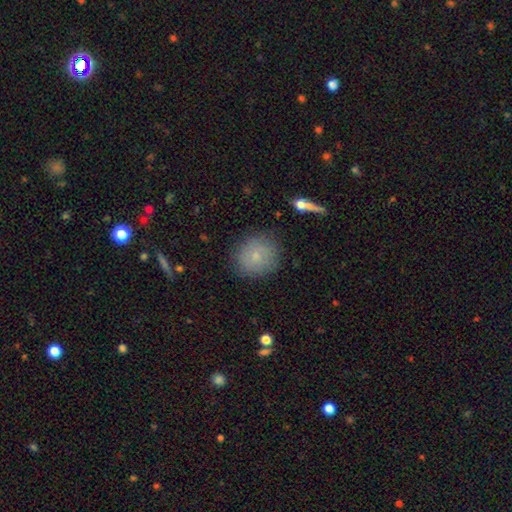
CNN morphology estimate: A smooth galaxy with no disk features (76%) that is round (85%). Merging: none (85%).